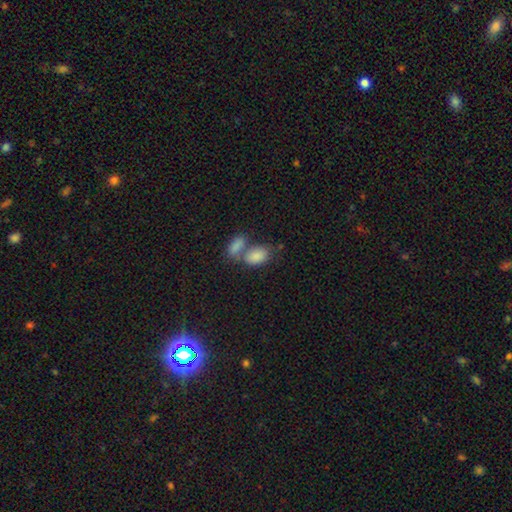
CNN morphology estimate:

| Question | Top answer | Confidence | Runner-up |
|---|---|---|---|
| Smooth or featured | smooth | 81% | star or artifact (10%) |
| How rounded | in between | 89% | round (9%) |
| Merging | merger | 56% | none (30%) |